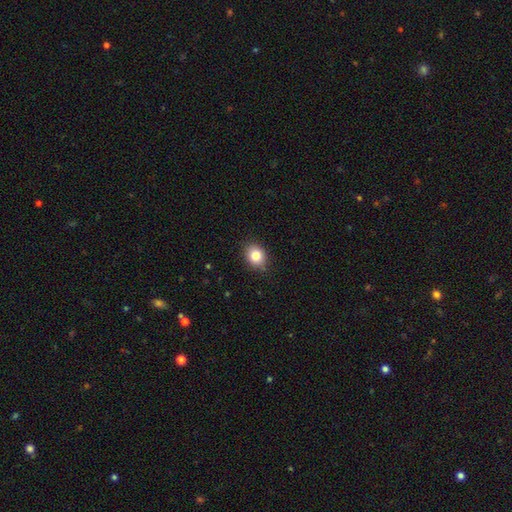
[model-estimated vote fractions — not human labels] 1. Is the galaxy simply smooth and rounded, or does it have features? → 83% smooth, 10% star or artifact, 7% featured or disk.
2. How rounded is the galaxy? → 50% round, 49% in between, 1% cigar-shaped.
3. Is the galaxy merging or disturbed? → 85% none, 12% minor disturbance, 2% major disturbance, 1% merger.